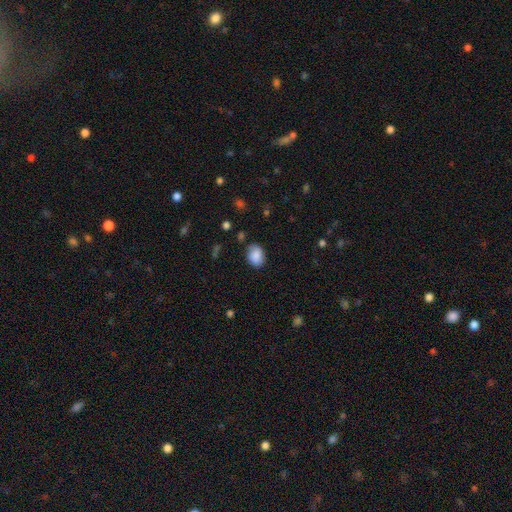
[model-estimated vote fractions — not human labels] Overall: smooth (86%). How rounded: in between (66%; round 33%). Merging: none (78%).